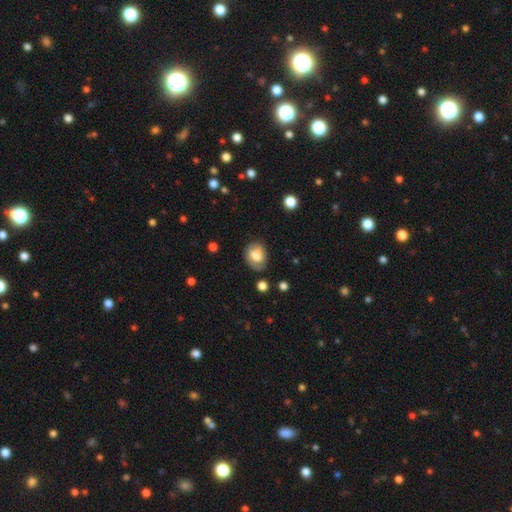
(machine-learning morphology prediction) This appears to be a smooth galaxy with no disk features (62%) that is in between round and cigar-shaped (59%). Merging: none (70%).